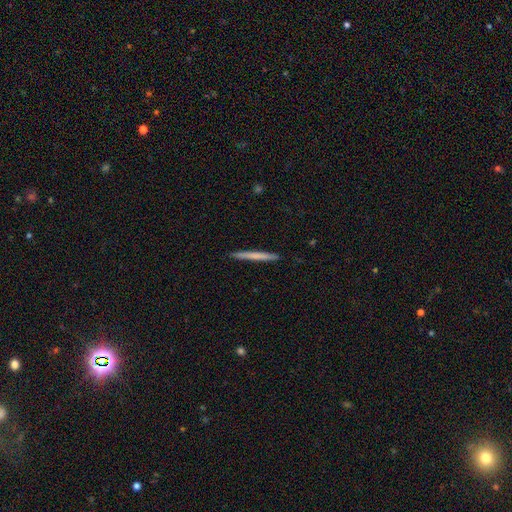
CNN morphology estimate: type=smooth (64%); roundness=cigar-shaped (97%); merging=none (92%).